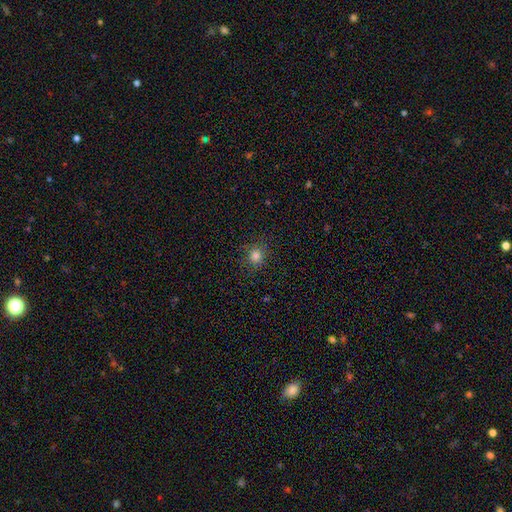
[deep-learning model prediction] Smooth or featured?
  - smooth: 80% *
  - star or artifact: 15%
  - featured or disk: 5%
How rounded?
  - round: 85% *
  - in between: 14%
  - cigar-shaped: 1%
Merging?
  - none: 86% *
  - minor disturbance: 10%
  - major disturbance: 3%
  - merger: 1%